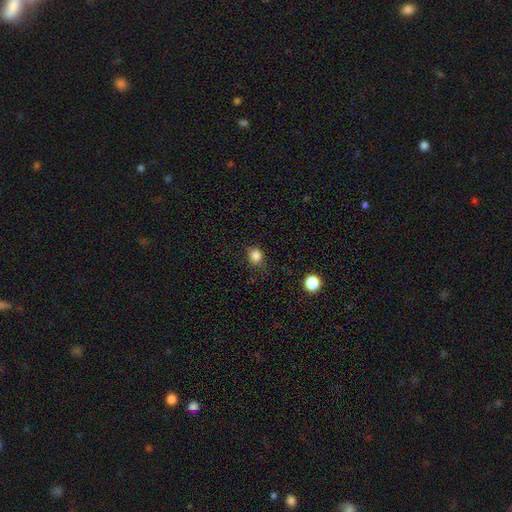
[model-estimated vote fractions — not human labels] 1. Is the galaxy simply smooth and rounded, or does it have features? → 83% smooth, 13% star or artifact, 4% featured or disk.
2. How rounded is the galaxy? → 72% round, 27% in between, 1% cigar-shaped.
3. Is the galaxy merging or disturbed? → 76% none, 18% minor disturbance, 4% major disturbance, 1% merger.